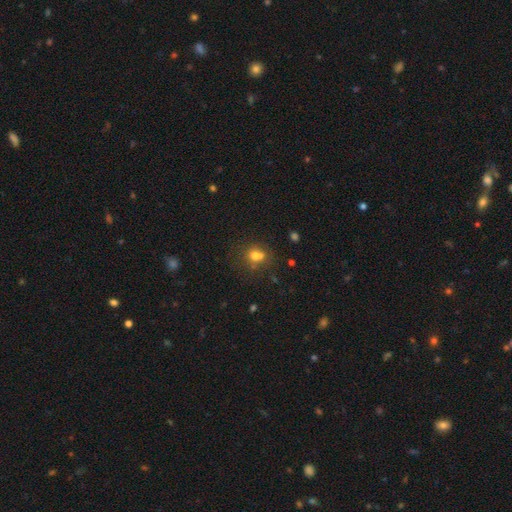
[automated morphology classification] The model was most divided on "merging": none: 47%, merger: 32%, minor disturbance: 14%, major disturbance: 7%. More confident: smooth or featured — smooth (70%); how rounded — round (69%).